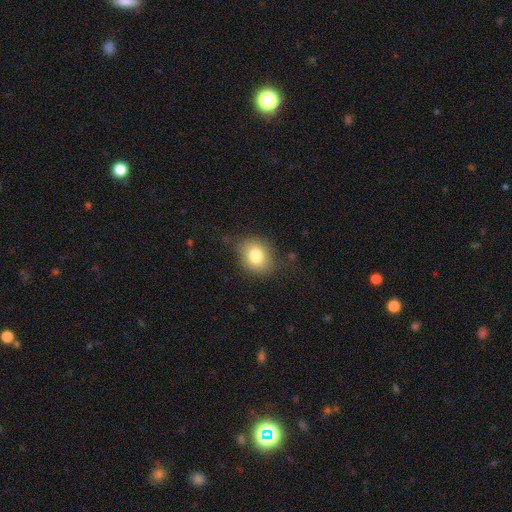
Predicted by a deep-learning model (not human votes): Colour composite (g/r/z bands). It shows a smooth galaxy with no disk features (79%) that is round (55%). Merging: none (77%).